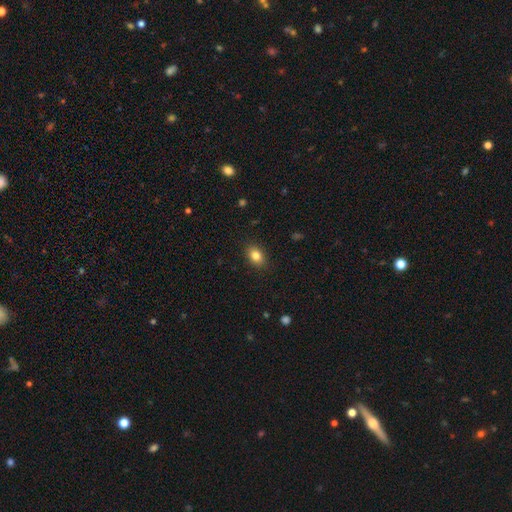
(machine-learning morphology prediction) A smooth galaxy with no disk features (83%) that is in between round and cigar-shaped (75%).

Vote fractions:
- Smooth or featured? smooth: 83% / star or artifact: 9% / featured or disk: 7%
- How rounded? in between: 75% / round: 23% / cigar-shaped: 1%
- Merging? none: 88% / minor disturbance: 8% / major disturbance: 2% / merger: 1%